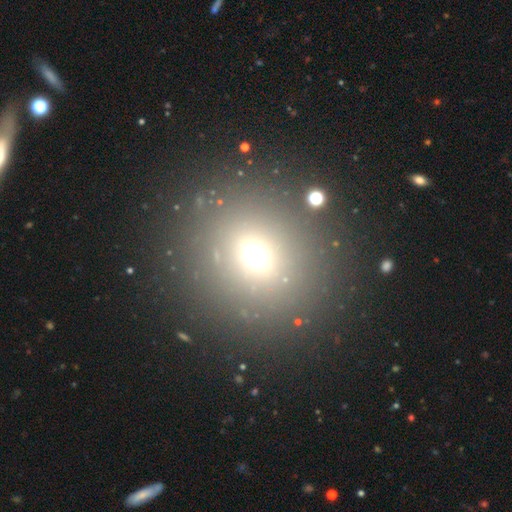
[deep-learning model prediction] Smooth or featured?
  - smooth: 57% *
  - star or artifact: 29%
  - featured or disk: 14%
How rounded?
  - round: 74% *
  - in between: 25%
  - cigar-shaped: 2%
Merging?
  - none: 82% *
  - minor disturbance: 8%
  - major disturbance: 5%
  - merger: 4%